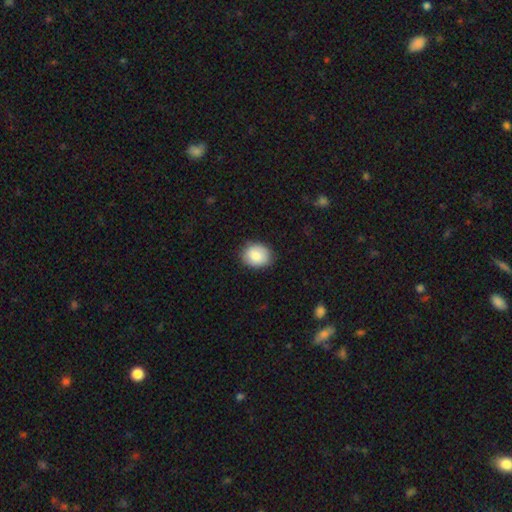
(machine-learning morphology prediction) smooth_or_featured: smooth (p=0.83) [alt: featured or disk p=0.10]
how_rounded: round (p=0.58) [alt: in between p=0.41]
merging: none (p=0.84) [alt: minor disturbance p=0.13]